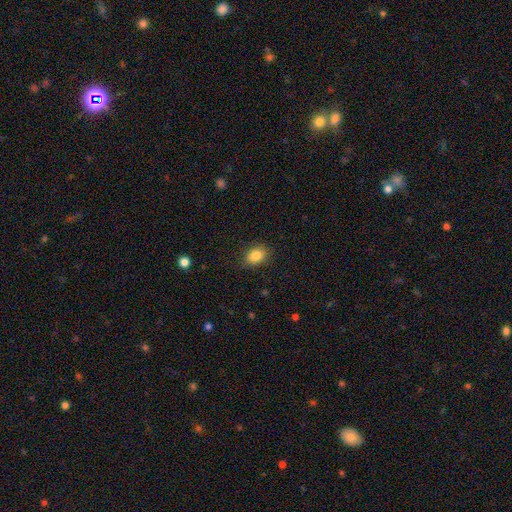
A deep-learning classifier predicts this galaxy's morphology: This appears to be a smooth galaxy with no disk features (85%) that is in between round and cigar-shaped (67%). Merging: none (86%).